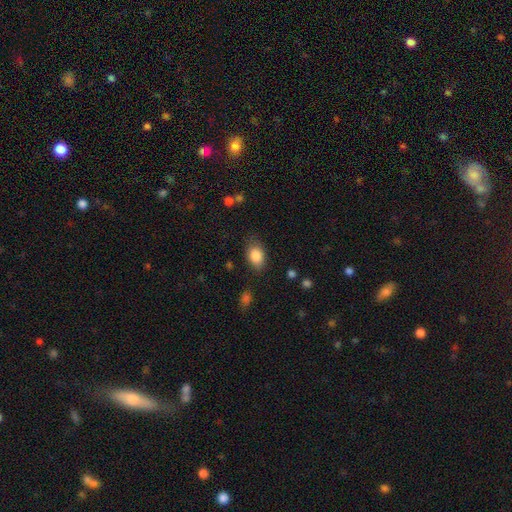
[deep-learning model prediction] Smooth or featured?
  - smooth: 85% *
  - star or artifact: 8%
  - featured or disk: 7%
How rounded?
  - in between: 82% *
  - round: 17%
  - cigar-shaped: 1%
Merging?
  - none: 77% *
  - minor disturbance: 16%
  - major disturbance: 4%
  - merger: 2%